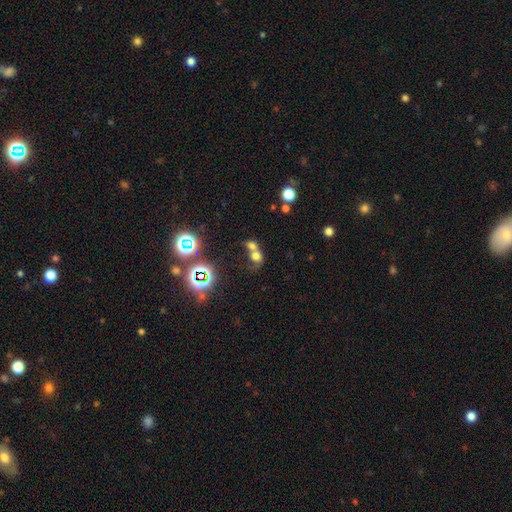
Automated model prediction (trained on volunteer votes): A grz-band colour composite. It shows a smooth galaxy with no disk features (60%) that is round (62%). Merging: merger (65%).